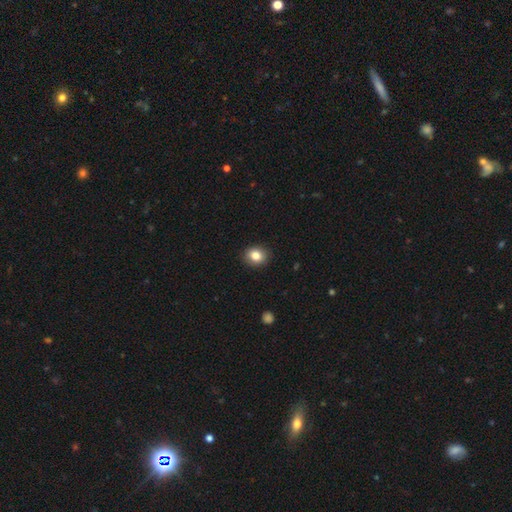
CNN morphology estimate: This is clearly a smooth galaxy (83%). How rounded: likely round (63%). Merging: clearly none (90%).